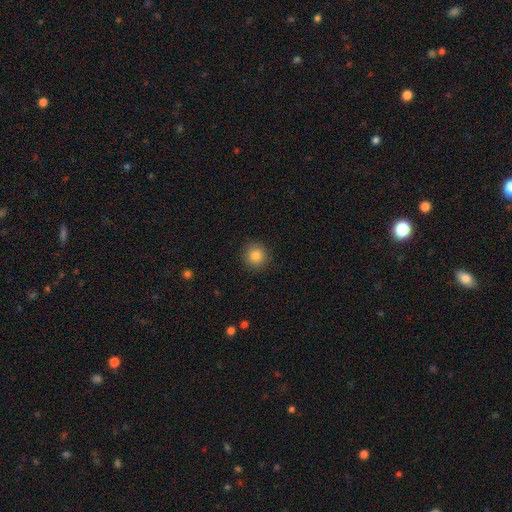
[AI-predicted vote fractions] This is clearly a smooth galaxy (84%). How rounded: clearly round (92%). Merging: clearly none (90%).